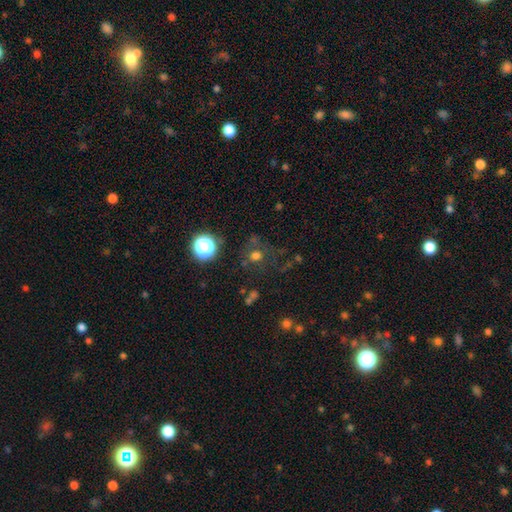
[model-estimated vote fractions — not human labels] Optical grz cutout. It shows a smooth galaxy with no disk features (63%) that is round (84%). Merging: none (64%).